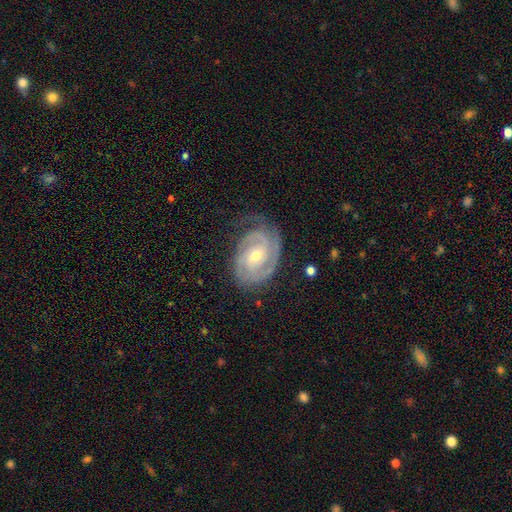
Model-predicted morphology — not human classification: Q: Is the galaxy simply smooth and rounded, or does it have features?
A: featured or disk — 90%.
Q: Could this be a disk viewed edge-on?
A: no — 97%.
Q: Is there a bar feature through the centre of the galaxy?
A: no — 50%.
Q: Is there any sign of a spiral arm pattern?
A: yes — 98%.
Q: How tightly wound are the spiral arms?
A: tight — 72%.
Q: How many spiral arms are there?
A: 2 — 58%.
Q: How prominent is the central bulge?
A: moderate — 50%.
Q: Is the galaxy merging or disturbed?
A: none — 73%.